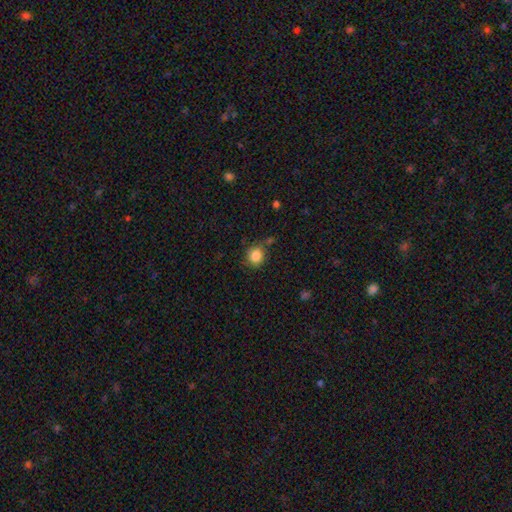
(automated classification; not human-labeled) A smooth galaxy with no disk features (85%) that is round (81%). Merging: none (76%).